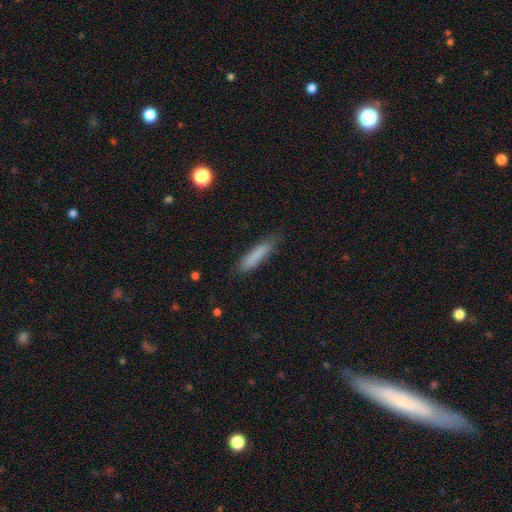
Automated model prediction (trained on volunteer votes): Smooth or featured? Predicted: smooth (p=0.82). How rounded? Predicted: cigar-shaped (p=0.82). Merging? Predicted: none (p=0.74).